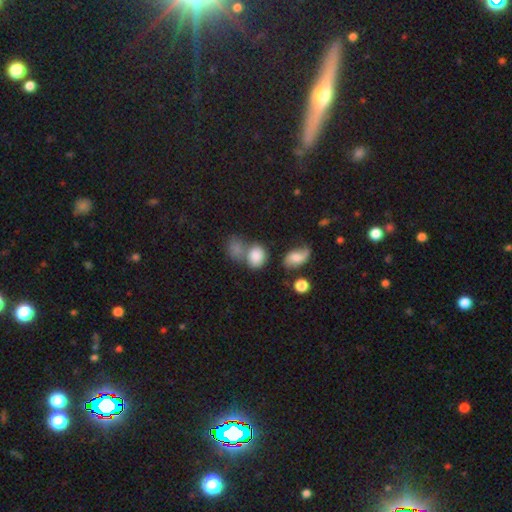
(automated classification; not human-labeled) A smooth galaxy with no disk features (81%) that is in between round and cigar-shaped (52%). Merging: none (40%).